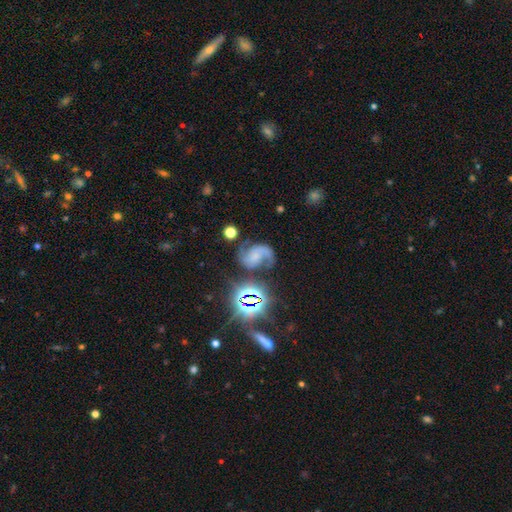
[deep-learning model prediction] Smooth or featured? featured or disk (77%)
Edge-on disk? no (98%)
Bar? no (55%)
Spiral arms? yes (96%)
Spiral winding? medium (50%)
Spiral arm count? 2 (84%)
Bulge size? none (39%)
Merging? none (54%)